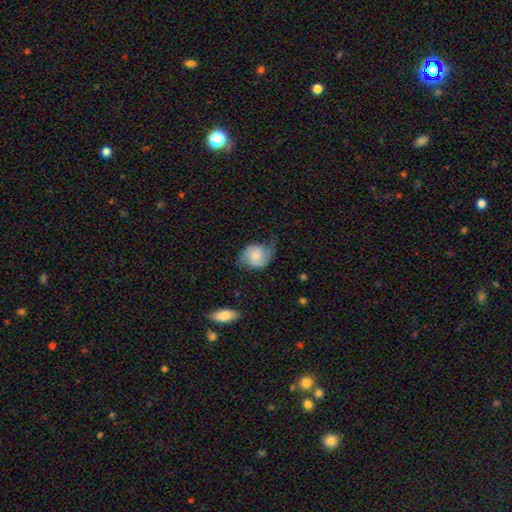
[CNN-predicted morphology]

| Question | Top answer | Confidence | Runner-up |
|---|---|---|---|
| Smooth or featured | featured or disk | 50% | smooth (43%) |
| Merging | none | 55% | minor disturbance (31%) |